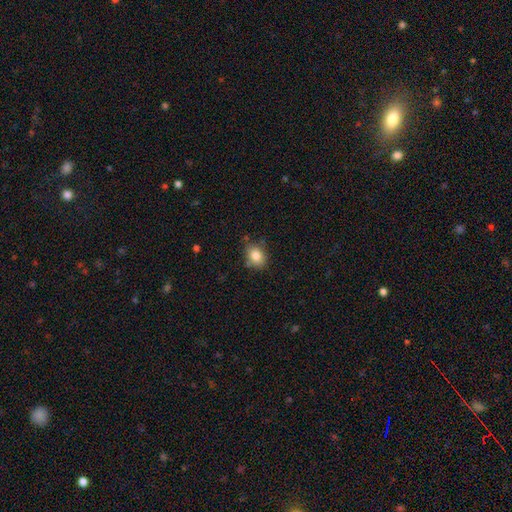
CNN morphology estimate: This appears to be a smooth galaxy with no disk features (83%) that is in between round and cigar-shaped (61%). Merging: none (78%).